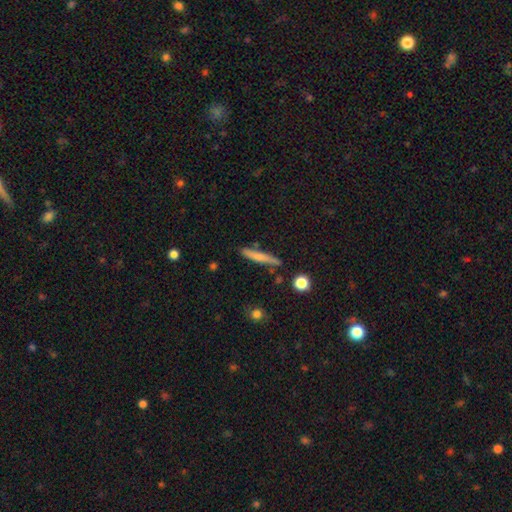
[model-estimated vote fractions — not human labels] smooth 60%, featured or disk 32%, star or artifact 7%. Down the decision tree: how rounded — cigar-shaped (93%); merging — none (84%).